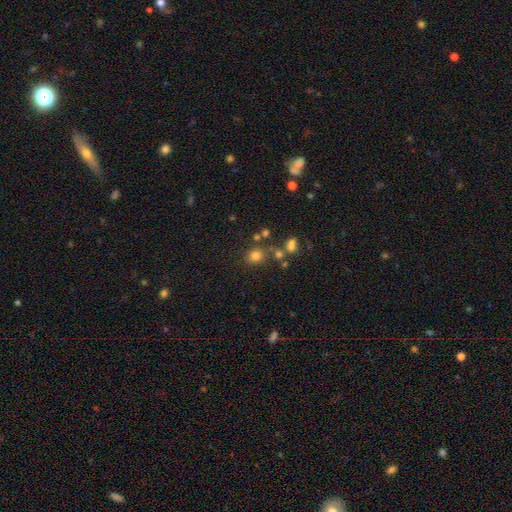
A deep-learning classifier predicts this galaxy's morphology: A smooth galaxy with no disk features (76%) that is round (78%). Merging: none (66%).